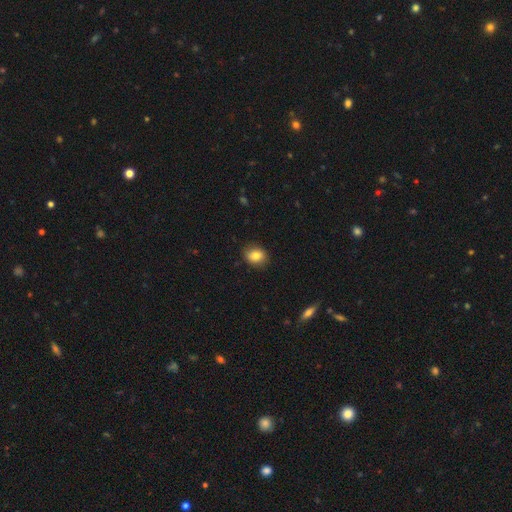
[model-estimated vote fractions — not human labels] Smooth or featured: smooth — 81% (featured or disk — 9%)
How rounded: round — 50% (in between — 49%)
Merging: none — 84% (minor disturbance — 12%)